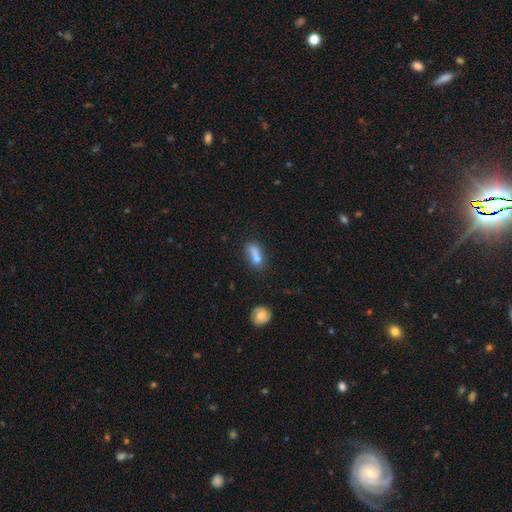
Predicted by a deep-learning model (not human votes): This is likely a smooth galaxy (73%). How rounded: likely in between (64%). Merging: marginally none (45%).